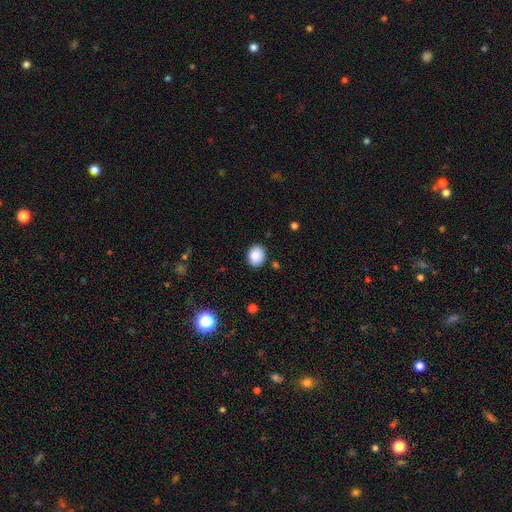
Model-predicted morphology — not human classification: Smooth or featured? smooth (87%)
How rounded? round (53%)
Merging? none (87%)